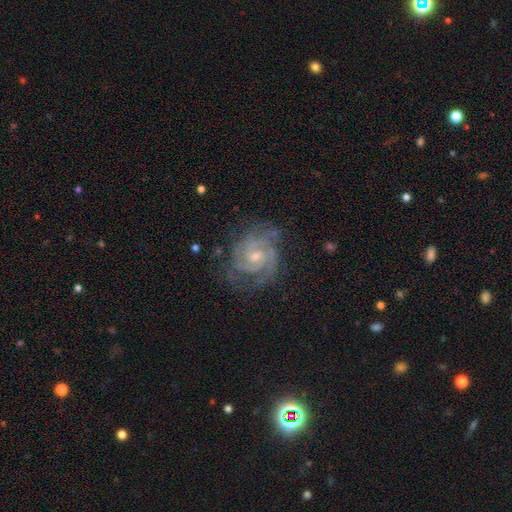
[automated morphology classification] smooth-or-featured: featured or disk: 89% | star or artifact: 5% | smooth: 5%
  disk-edge-on: no: 98% | yes: 2%
    bar: no: 46% (tied) | weak: 46% (tied) | strong: 8%
    has-spiral-arms: yes: 98% | no: 2%
      spiral-winding: tight: 63% | medium: 32% | loose: 4%
      spiral-arm-count: 2: 51% | 3: 20% | can't tell: 15% | 4: 6% | 1: 4% | more than 4: 4%
    bulge-size: small: 52% | moderate: 41% | none: 4% | large: 2% | dominant: 1%
  merging: none: 70% | minor disturbance: 20% | major disturbance: 8% | merger: 1%